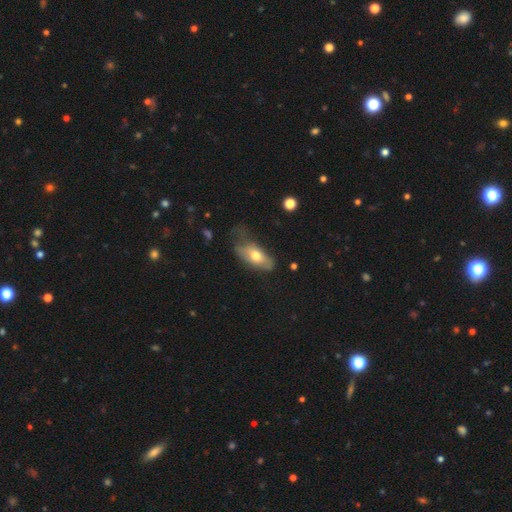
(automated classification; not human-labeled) The model was most divided on "merging": none: 39%, minor disturbance: 34%, major disturbance: 24%, merger: 3%. More confident: how rounded — in between (82%); smooth or featured — smooth (62%).